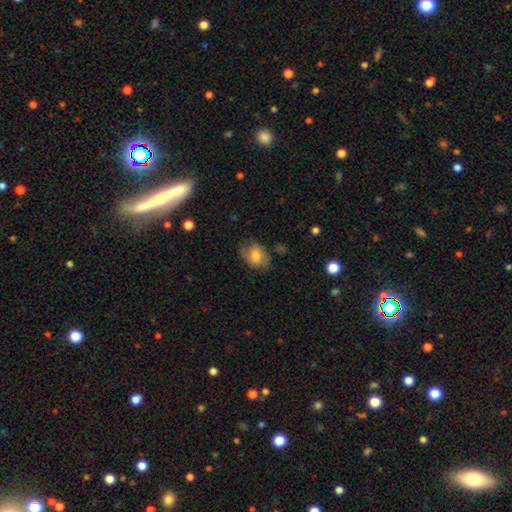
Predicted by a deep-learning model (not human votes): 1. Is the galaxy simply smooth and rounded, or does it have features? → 65% smooth, 27% featured or disk, 8% star or artifact.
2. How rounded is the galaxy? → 66% in between, 33% round, 1% cigar-shaped.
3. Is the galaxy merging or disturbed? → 66% none, 23% minor disturbance, 9% major disturbance, 2% merger.